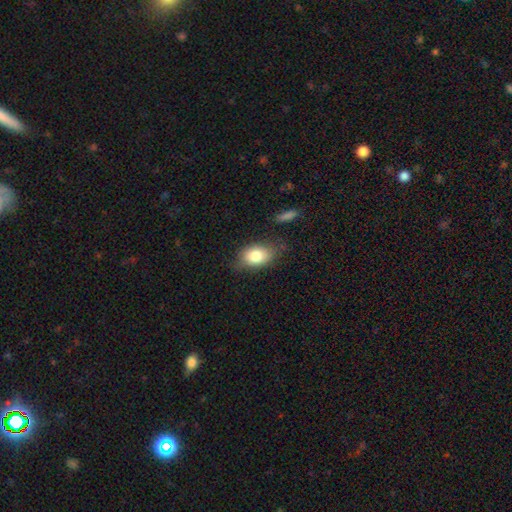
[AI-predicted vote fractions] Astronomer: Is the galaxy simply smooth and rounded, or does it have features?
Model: smooth — 80%.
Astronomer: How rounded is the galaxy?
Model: in between — 81%.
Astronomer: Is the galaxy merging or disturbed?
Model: none — 68%.